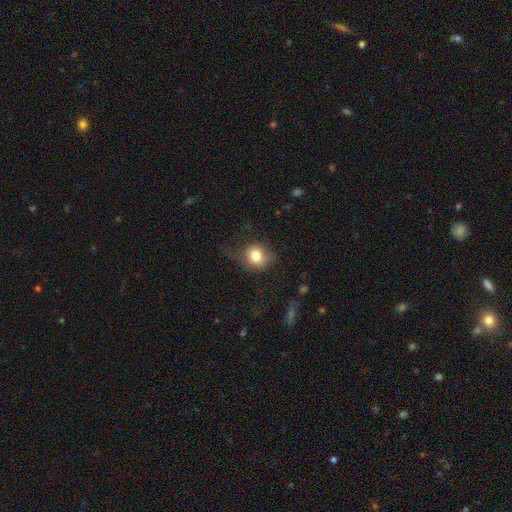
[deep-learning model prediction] smooth_or_featured: smooth (p=0.80) [alt: featured or disk p=0.10]
how_rounded: round (p=0.79) [alt: in between p=0.20]
merging: none (p=0.61) [alt: minor disturbance p=0.24]